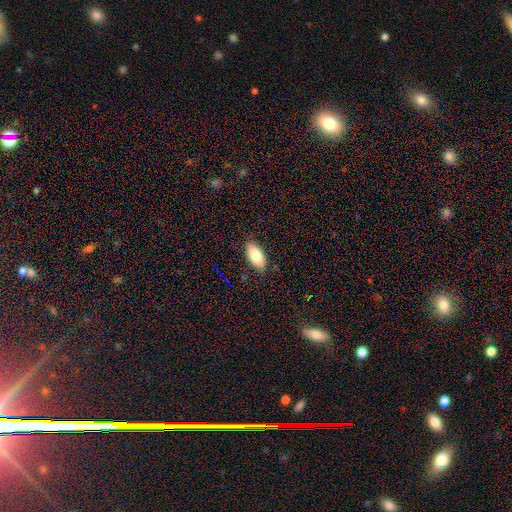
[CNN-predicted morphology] smooth-or-featured: smooth: 82% | featured or disk: 11% | star or artifact: 7%
  how-rounded: in between: 91% | cigar-shaped: 6% | round: 3%
  merging: none: 84% | minor disturbance: 12% | major disturbance: 3% | merger: 1%